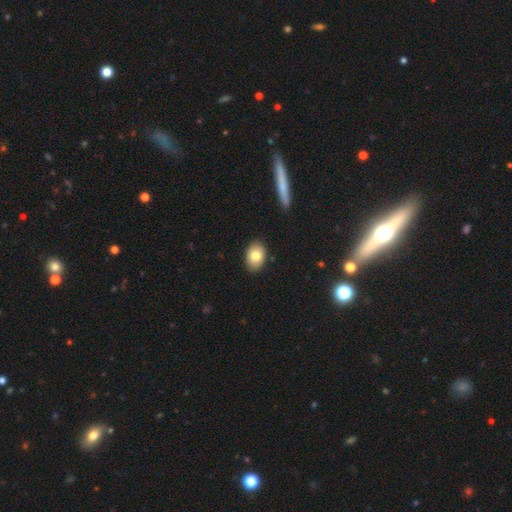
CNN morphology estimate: A smooth galaxy with no disk features (81%) that is in between round and cigar-shaped (85%).

Vote fractions:
- Smooth or featured? smooth: 81% / featured or disk: 12% / star or artifact: 7%
- How rounded? in between: 85% / round: 14% / cigar-shaped: 1%
- Merging? none: 88% / minor disturbance: 9% / major disturbance: 2% / merger: 1%